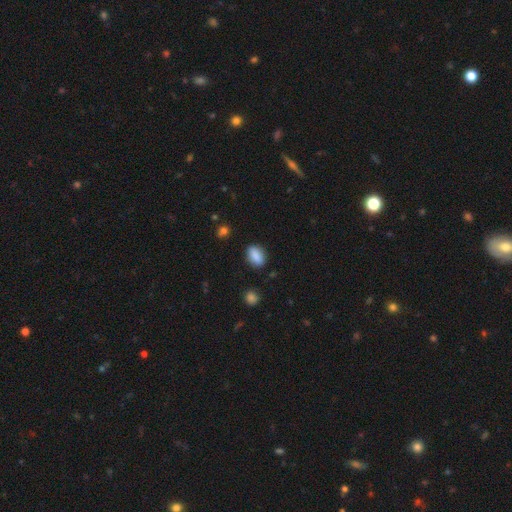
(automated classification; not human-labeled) Smooth or featured? smooth (87%)
How rounded? in between (86%)
Merging? none (86%)